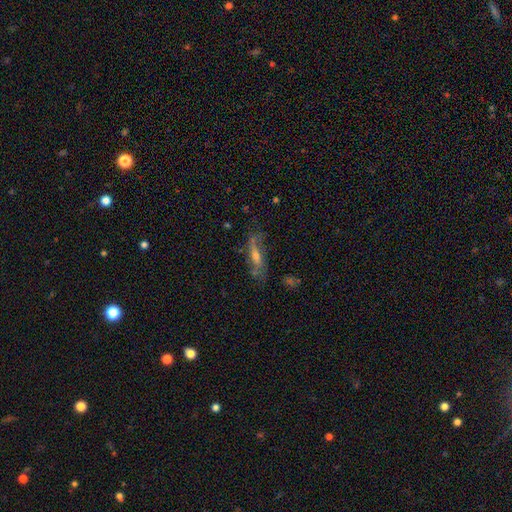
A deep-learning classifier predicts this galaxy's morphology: Smooth or featured? featured or disk (58%)
Edge-on disk? yes (52%)
Merging? none (60%)